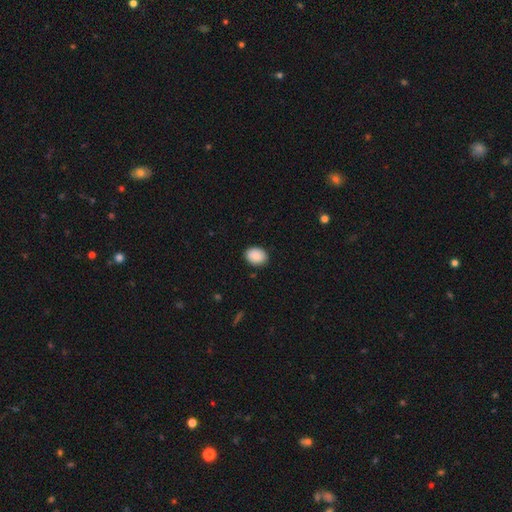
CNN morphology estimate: The model was most divided on "how rounded": in between: 63%, round: 36%, cigar-shaped: 1%. More confident: smooth or featured — smooth (89%); merging — none (88%).